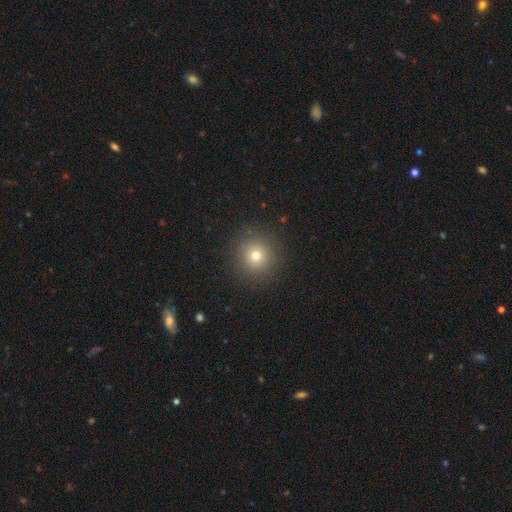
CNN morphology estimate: Overall: smooth (74%). How rounded: round (94%). Merging: none (90%).